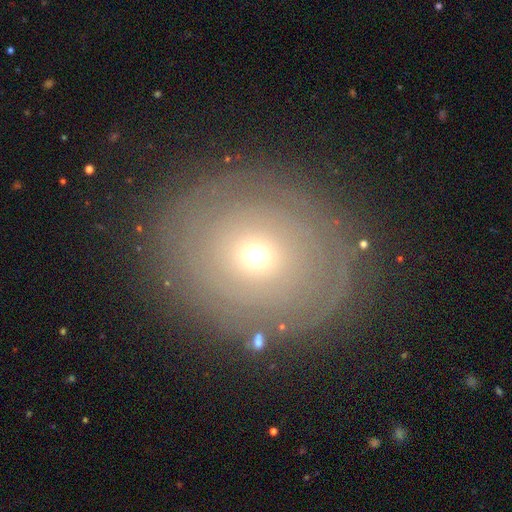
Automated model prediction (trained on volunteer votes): This is possibly a featured or disk galaxy (53%). It is clearly not viewed edge-on (95%). Bar: clearly no (86%). Spiral arm pattern: possibly yes (54%). Central bulge: likely small (63%). Merging: clearly none (83%).